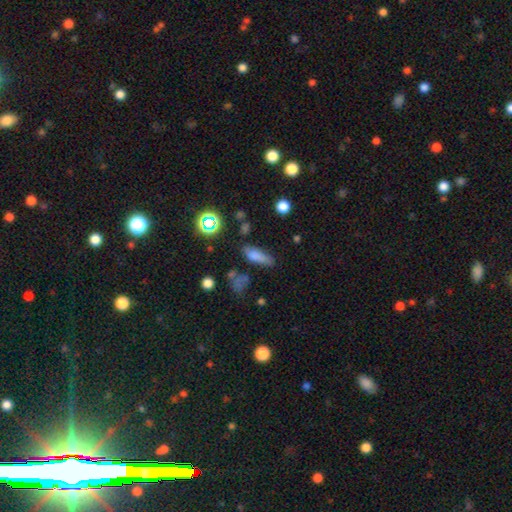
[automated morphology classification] type=smooth (72%); roundness=in between (58%); merging=none (58%).